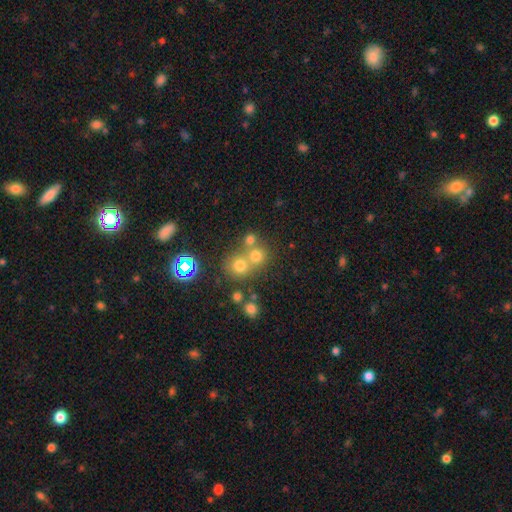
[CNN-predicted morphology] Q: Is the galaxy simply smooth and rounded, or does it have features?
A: smooth — 68%.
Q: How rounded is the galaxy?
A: round — 86%.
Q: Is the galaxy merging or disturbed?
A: none — 51%.